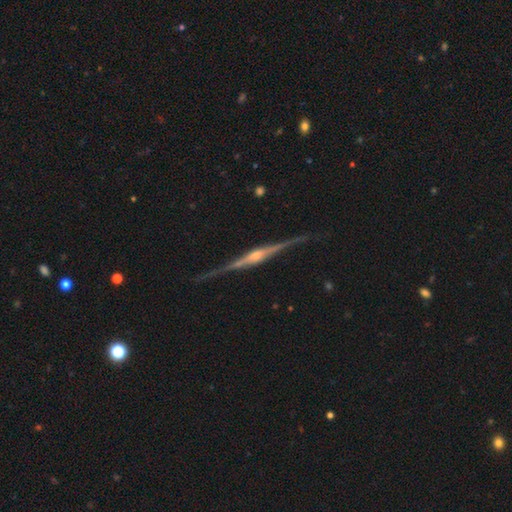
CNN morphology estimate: Smooth or featured?
  - featured or disk: 90% *
  - smooth: 6%
  - star or artifact: 5%
Edge-on disk?
  - yes: 98% *
  - no: 2%
Edge-on bulge?
  - rounded: 78% *
  - boxy: 16%
  - none: 7%
Merging?
  - none: 85% *
  - minor disturbance: 11%
  - major disturbance: 3%
  - merger: 1%